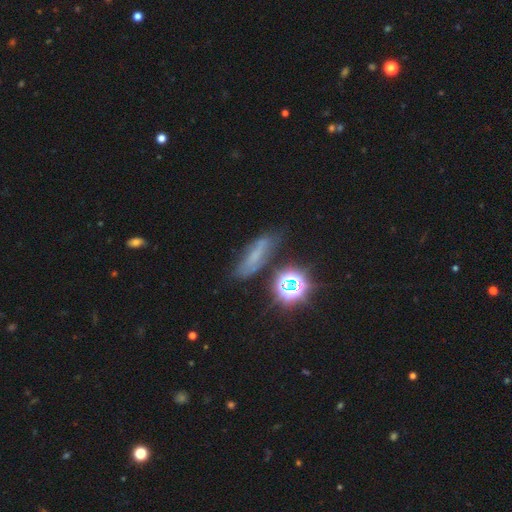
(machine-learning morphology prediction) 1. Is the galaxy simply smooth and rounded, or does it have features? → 42% smooth, 30% featured or disk, 28% star or artifact.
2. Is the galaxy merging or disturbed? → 65% none, 22% minor disturbance, 9% major disturbance, 5% merger.